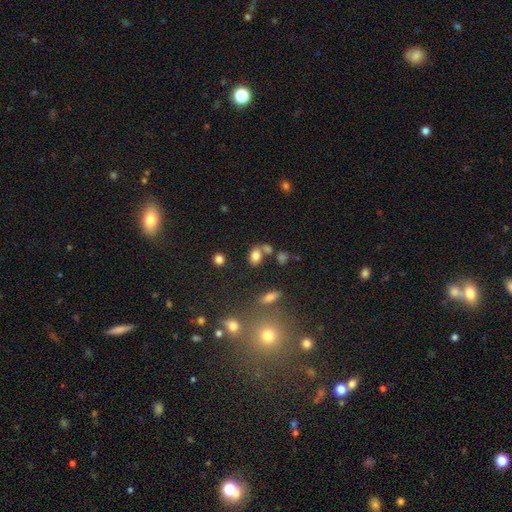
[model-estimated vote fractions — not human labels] Q: Smooth or featured?
A: smooth (78%); runner-up: star or artifact (13%)
Q: How rounded?
A: in between (79%); runner-up: round (19%)
Q: Merging?
A: none (55%); runner-up: merger (25%)